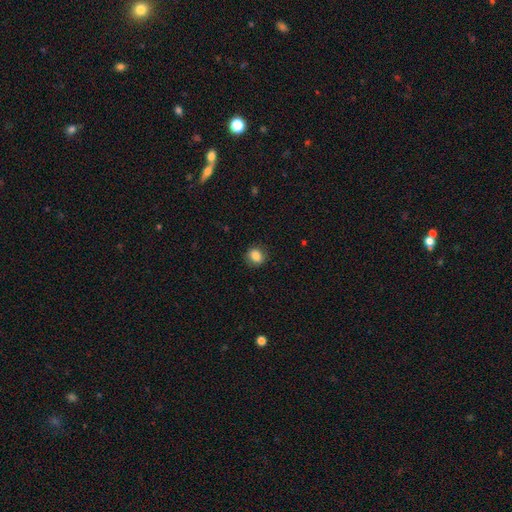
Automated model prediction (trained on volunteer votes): smooth 85%, star or artifact 9%, featured or disk 6%. Down the decision tree: how rounded — round (69%); merging — none (86%).